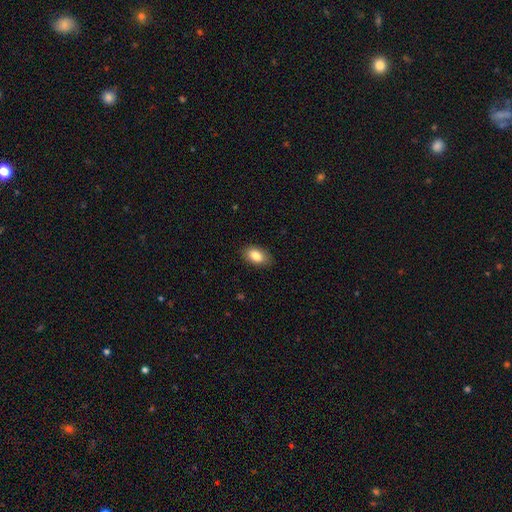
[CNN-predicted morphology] Overall: smooth (85%). How rounded: in between (91%). Merging: none (86%).